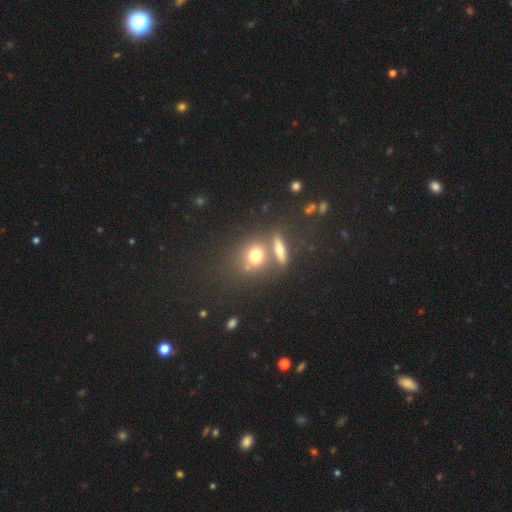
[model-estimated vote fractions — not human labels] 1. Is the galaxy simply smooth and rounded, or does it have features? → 70% smooth, 16% featured or disk, 13% star or artifact.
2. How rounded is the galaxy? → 62% round, 32% in between, 6% cigar-shaped.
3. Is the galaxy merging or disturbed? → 55% none, 31% merger, 10% minor disturbance, 5% major disturbance.